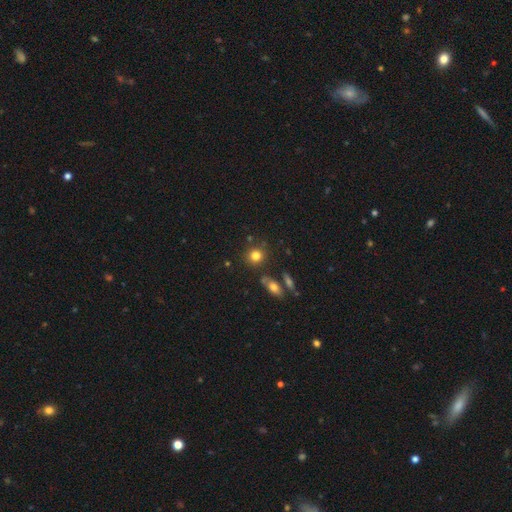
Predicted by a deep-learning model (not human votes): A smooth galaxy with no disk features (80%) that is round (84%). Merging: none (79%).